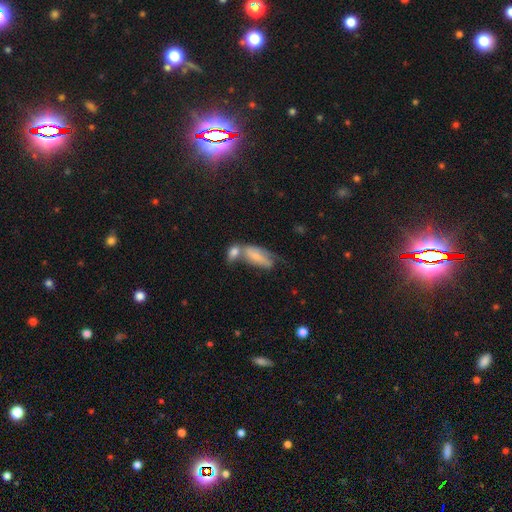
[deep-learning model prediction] The model was most divided on "smooth or featured": smooth: 60%, featured or disk: 33%, star or artifact: 8%. More confident: how rounded — in between (78%); merging — merger (53%).